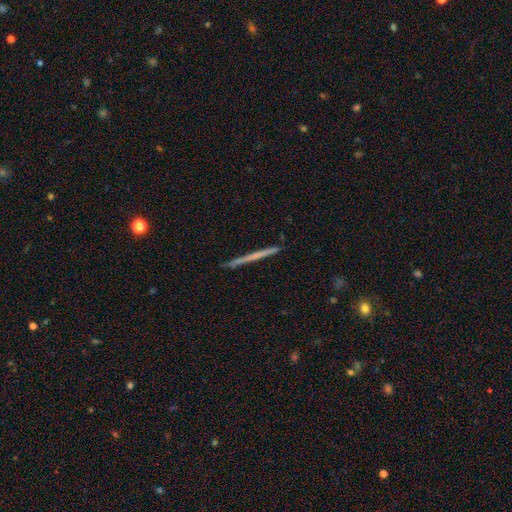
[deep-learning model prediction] Smooth or featured? Predicted: featured or disk (p=0.52). Edge-on disk? Predicted: yes (p=0.98). Edge-on bulge? Predicted: none (p=0.89). Merging? Predicted: none (p=0.91).